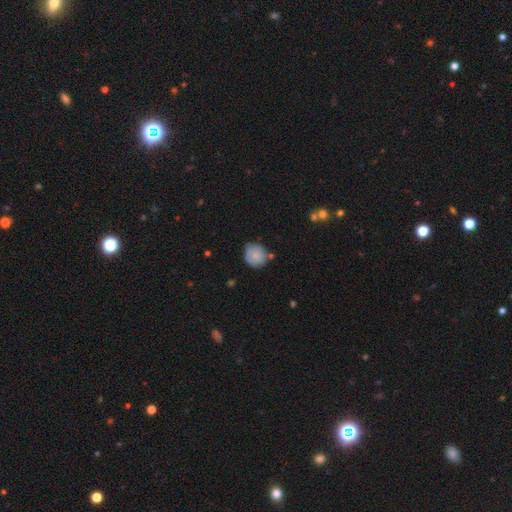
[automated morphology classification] Smooth or featured: smooth — 79% (featured or disk — 14%)
How rounded: round — 85% (in between — 14%)
Merging: none — 67% (minor disturbance — 23%)